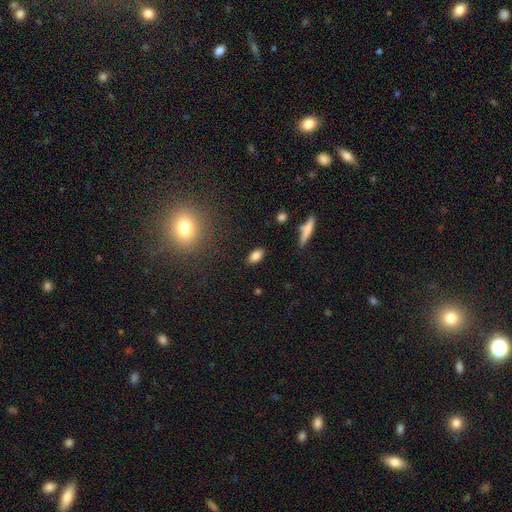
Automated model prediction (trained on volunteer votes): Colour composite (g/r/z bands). It shows a smooth galaxy with no disk features (82%) that is in between round and cigar-shaped (89%). Merging: none (86%).